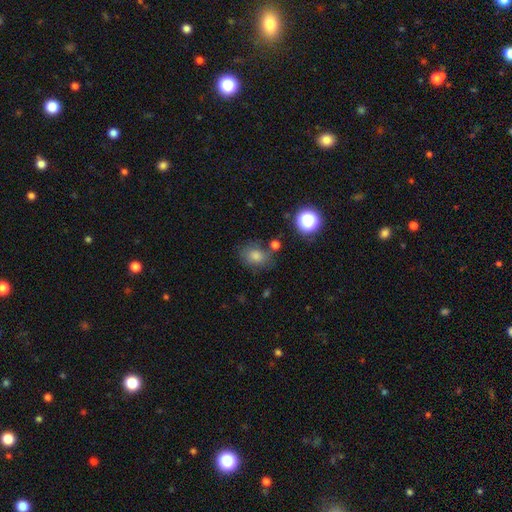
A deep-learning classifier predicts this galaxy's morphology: smooth 75%, star or artifact 16%, featured or disk 9%. Down the decision tree: how rounded — in between (51%); merging — none (68%).